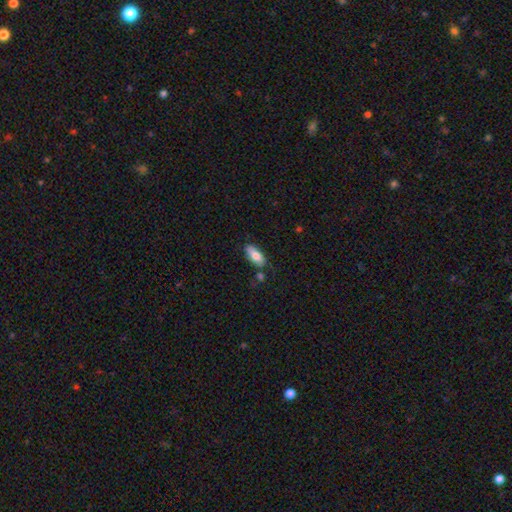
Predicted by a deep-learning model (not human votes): A smooth galaxy with no disk features (81%) that is in between round and cigar-shaped (85%).

Vote fractions:
- Smooth or featured? smooth: 81% / featured or disk: 12% / star or artifact: 6%
- How rounded? in between: 85% / cigar-shaped: 13% / round: 2%
- Merging? none: 71% / minor disturbance: 19% / merger: 6% / major disturbance: 4%